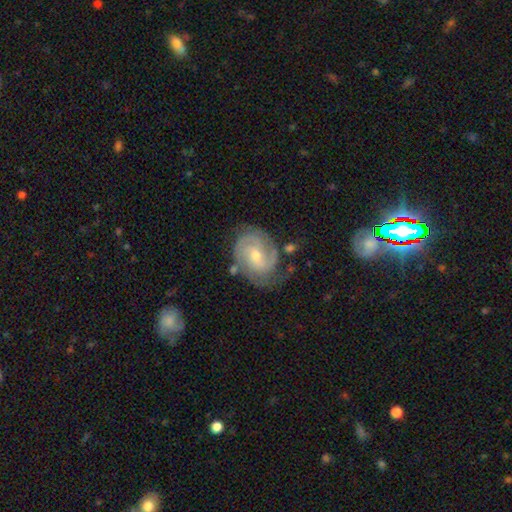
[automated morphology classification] The model was most divided on "bulge size": moderate: 53%, small: 44%, large: 2%, none: 1%, dominant: 1%. Remaining: edge-on disk — no (97%); spiral arms — yes (96%); smooth or featured — featured or disk (85%); merging — none (65%); spiral winding — tight (61%); bar — weak (49%); spiral arm count — 2 (40%).